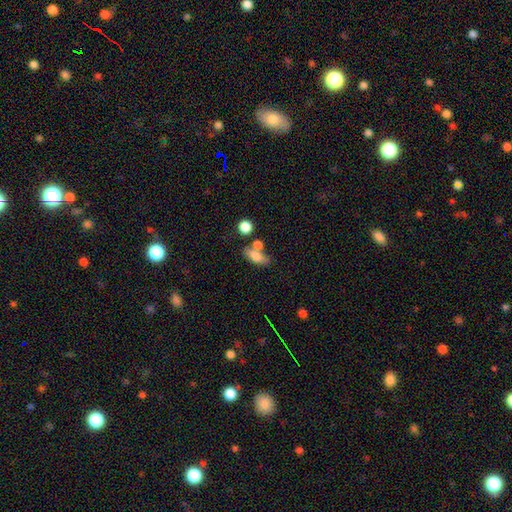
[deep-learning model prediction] A smooth galaxy with no disk features (75%) that is in between round and cigar-shaped (74%). Merging: none (53%).